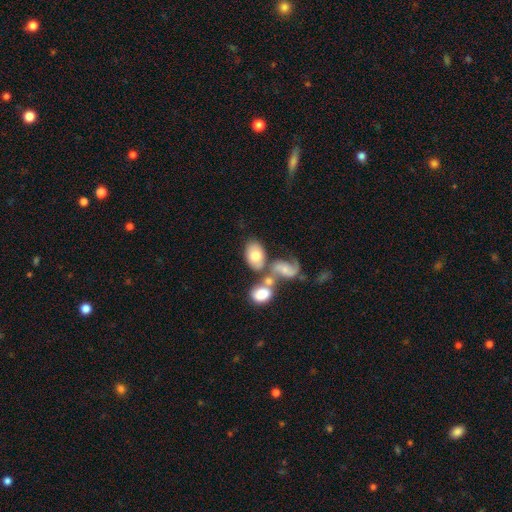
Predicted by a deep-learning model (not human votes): This is likely a smooth galaxy (63%). How rounded: clearly in between (85%). Merging: marginally none (41%).